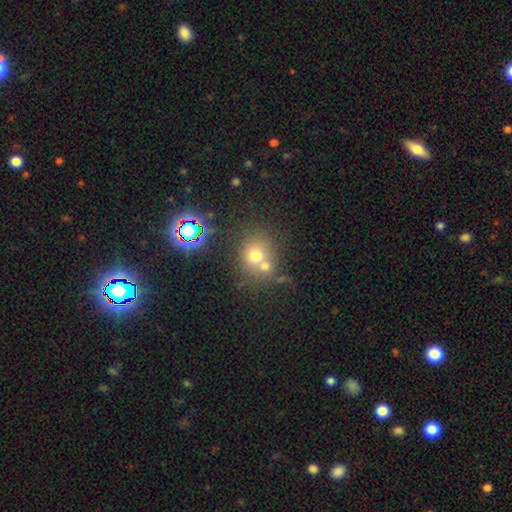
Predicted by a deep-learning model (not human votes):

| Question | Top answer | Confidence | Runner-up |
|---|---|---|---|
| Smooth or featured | smooth | 67% | star or artifact (19%) |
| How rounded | round | 76% | in between (23%) |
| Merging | none | 44% | merger (42%) |